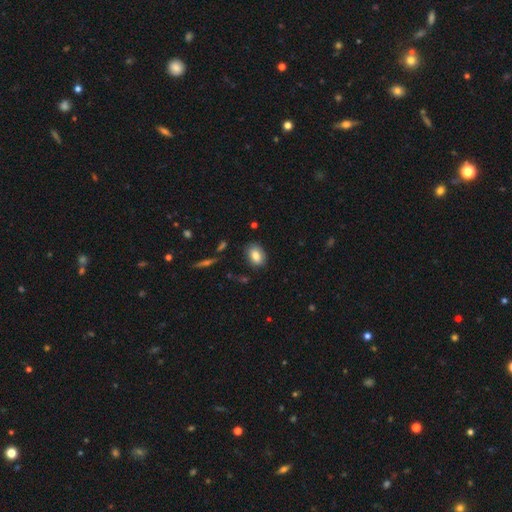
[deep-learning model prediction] Q: Smooth or featured?
A: smooth (83%); runner-up: featured or disk (9%)
Q: How rounded?
A: in between (81%); runner-up: round (17%)
Q: Merging?
A: none (83%); runner-up: minor disturbance (12%)